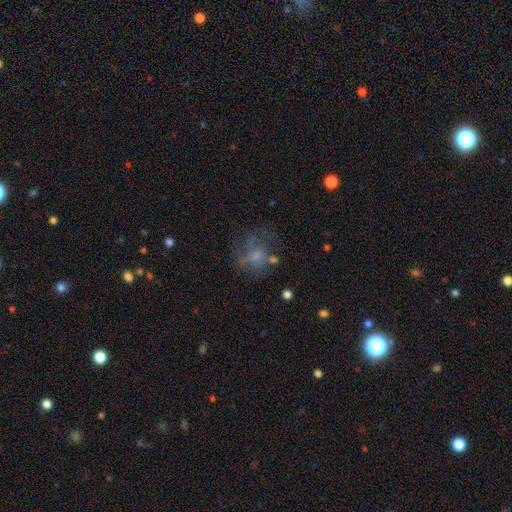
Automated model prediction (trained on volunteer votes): smooth_or_featured: smooth (p=0.46) [alt: featured or disk p=0.38]
merging: none (p=0.44) [alt: major disturbance p=0.30]